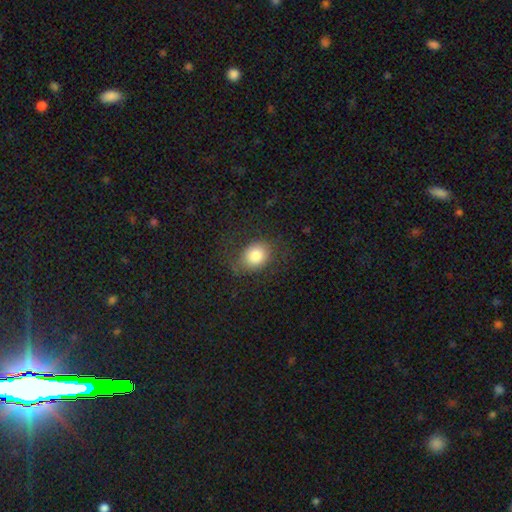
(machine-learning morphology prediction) Smooth or featured: smooth — 78% (featured or disk — 13%)
How rounded: in between — 50% (round — 49%)
Merging: none — 70% (minor disturbance — 16%)